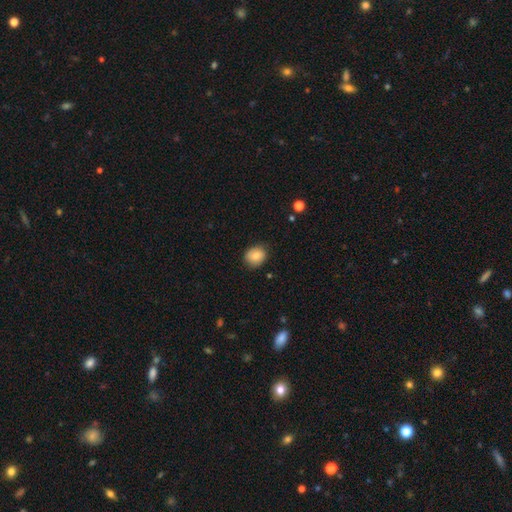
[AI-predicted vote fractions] Smooth or featured?
  - smooth: 83% *
  - featured or disk: 9%
  - star or artifact: 8%
How rounded?
  - round: 61% *
  - in between: 38%
  - cigar-shaped: 1%
Merging?
  - none: 82% *
  - minor disturbance: 14%
  - major disturbance: 3%
  - merger: 1%